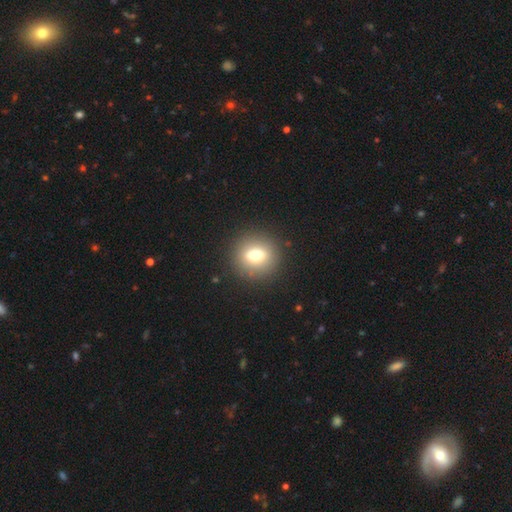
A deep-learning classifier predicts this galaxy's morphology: This appears to be a smooth galaxy with no disk features (68%) that is round (78%). Merging: none (88%).